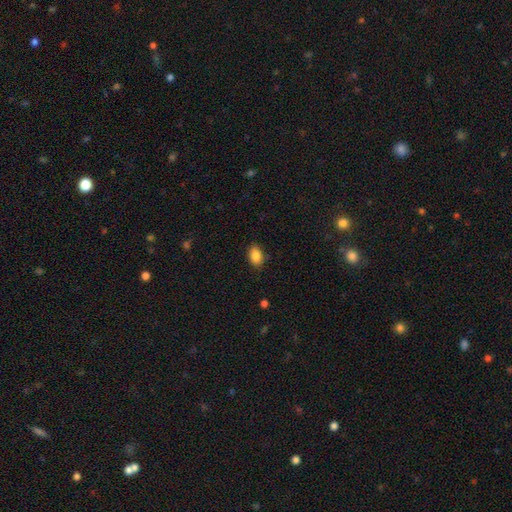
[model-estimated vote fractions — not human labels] Smooth or featured?
  - smooth: 87% *
  - star or artifact: 8%
  - featured or disk: 5%
How rounded?
  - in between: 87% *
  - round: 11%
  - cigar-shaped: 2%
Merging?
  - none: 85% *
  - minor disturbance: 11%
  - major disturbance: 3%
  - merger: 1%